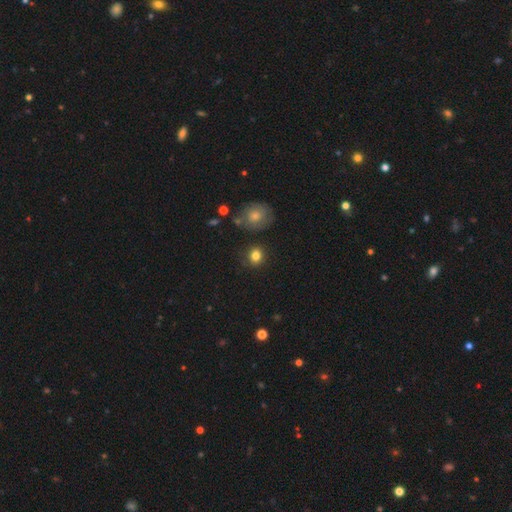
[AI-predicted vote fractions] This appears to be a smooth galaxy with no disk features (83%) that is round (79%). Merging: none (83%).